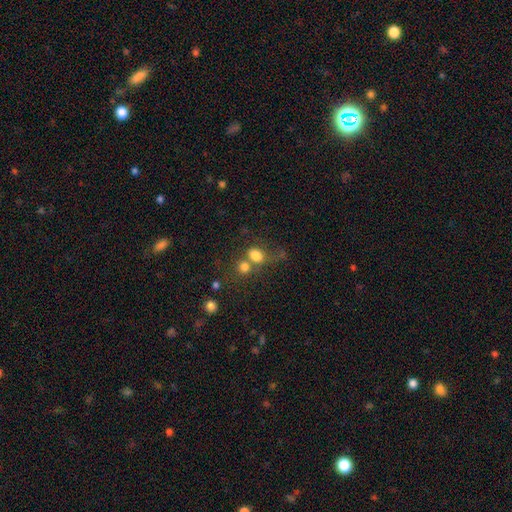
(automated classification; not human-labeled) Morphology: type=smooth (77%); roundness=in between (58%); merging=merger (46%).